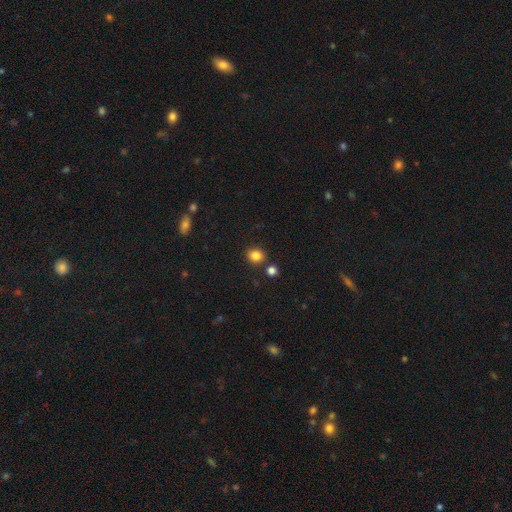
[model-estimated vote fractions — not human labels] This is clearly a smooth galaxy (84%). How rounded: likely round (70%). Merging: clearly none (81%).